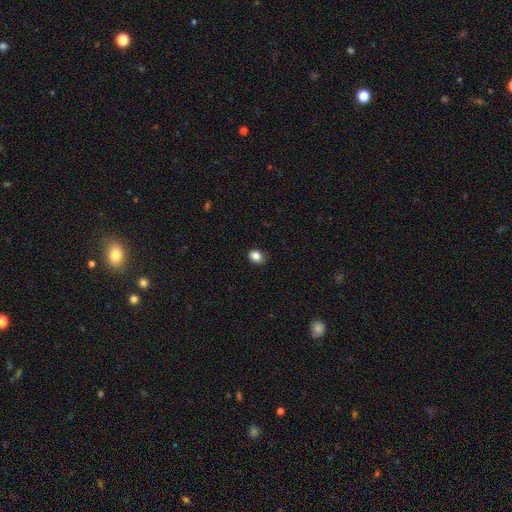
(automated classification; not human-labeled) This is clearly a smooth galaxy (85%). How rounded: possibly in between (51%). Merging: clearly none (82%).